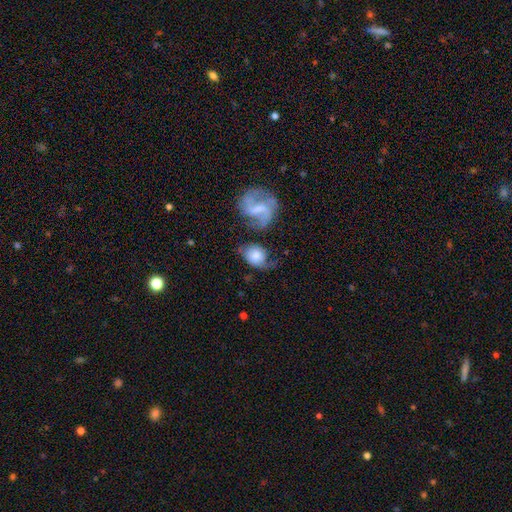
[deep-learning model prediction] smooth 49%, featured or disk 43%, star or artifact 8%. Down the decision tree: merging — none (40%).